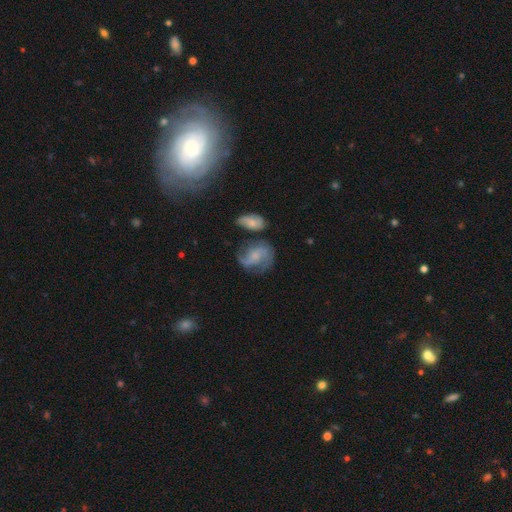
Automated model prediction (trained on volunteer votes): smooth_or_featured: featured or disk (p=0.76) [alt: smooth p=0.17]
disk_edge_on: no (p=0.97) [alt: yes p=0.03]
bar: no (p=0.54) [alt: weak p=0.38]
has_spiral_arms: yes (p=0.93) [alt: no p=0.07]
spiral_winding: medium (p=0.49) [alt: loose p=0.30]
spiral_arm_count: 2 (p=0.65) [alt: can't tell p=0.13]
bulge_size: small (p=0.59) [alt: moderate p=0.22]
merging: none (p=0.53) [alt: minor disturbance p=0.21]